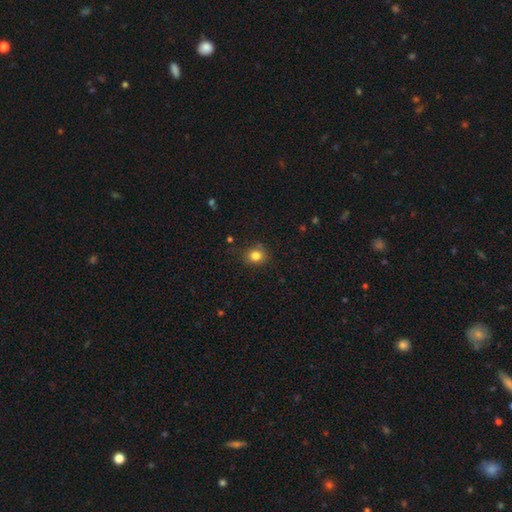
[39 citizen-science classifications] Smooth or featured? 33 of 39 (85%) said smooth. How rounded? 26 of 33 (79%) said round. Merging? 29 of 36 (81%) said none.